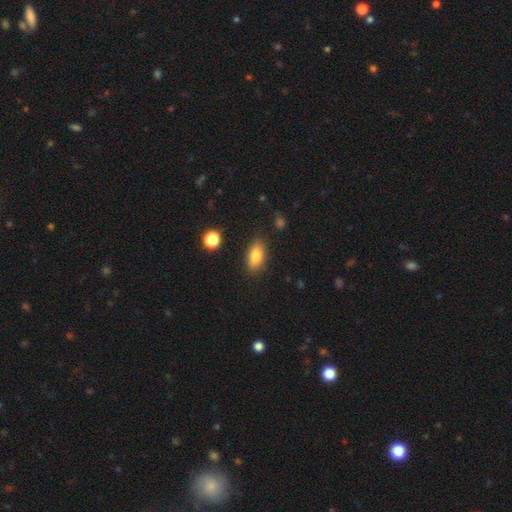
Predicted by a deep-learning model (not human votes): smooth_or_featured: smooth (p=0.82) [alt: featured or disk p=0.10]
how_rounded: in between (p=0.87) [alt: cigar-shaped p=0.07]
merging: none (p=0.85) [alt: minor disturbance p=0.10]